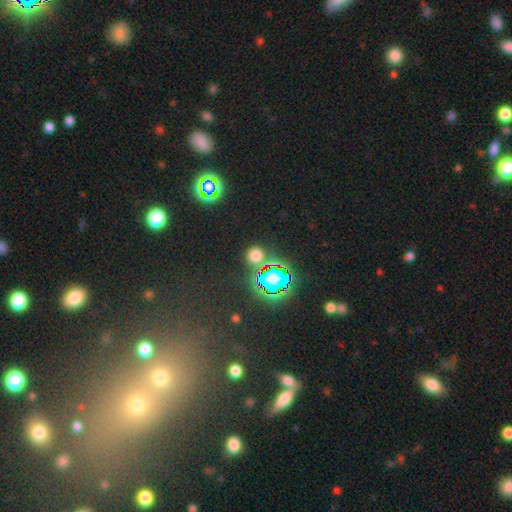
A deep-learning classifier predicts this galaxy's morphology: Q: Smooth or featured?
A: smooth (56%); runner-up: star or artifact (37%)
Q: How rounded?
A: round (89%); runner-up: in between (9%)
Q: Merging?
A: none (81%); runner-up: minor disturbance (8%)